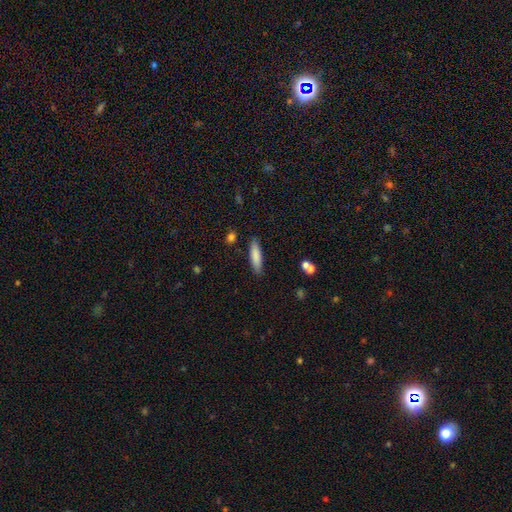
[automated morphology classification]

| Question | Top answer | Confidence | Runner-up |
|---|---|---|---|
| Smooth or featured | smooth | 83% | featured or disk (10%) |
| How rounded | cigar-shaped | 69% | in between (29%) |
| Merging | none | 87% | minor disturbance (9%) |